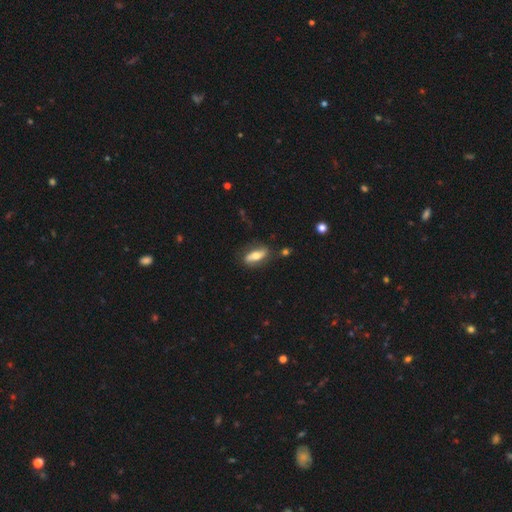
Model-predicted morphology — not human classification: A smooth galaxy with no disk features (48%).

Vote fractions:
- Smooth or featured? smooth: 48% / featured or disk: 46% / star or artifact: 6%
- Merging? none: 73% / minor disturbance: 19% / major disturbance: 6% / merger: 3%